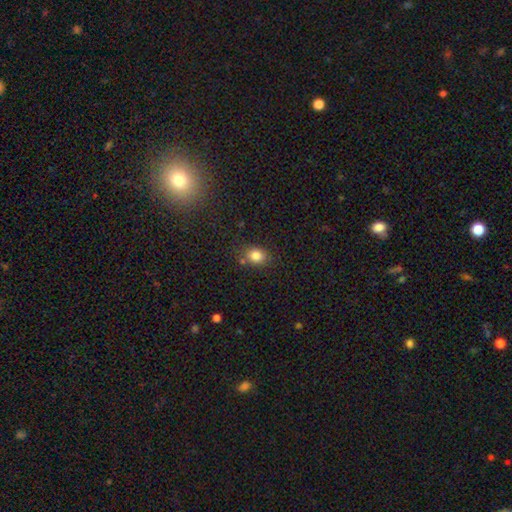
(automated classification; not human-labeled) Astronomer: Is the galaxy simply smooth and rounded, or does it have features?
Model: smooth — 83%.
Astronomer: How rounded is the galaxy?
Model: round — 50% (runner-up: in between, 49%).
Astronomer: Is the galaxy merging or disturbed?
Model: none — 74%.